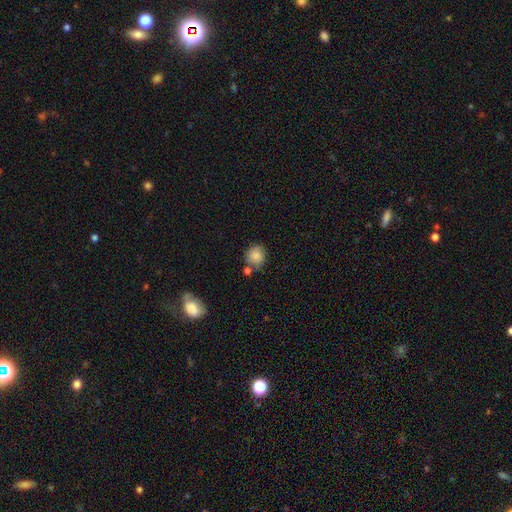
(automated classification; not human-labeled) This is clearly a smooth galaxy (84%). How rounded: clearly round (82%). Merging: likely none (65%).